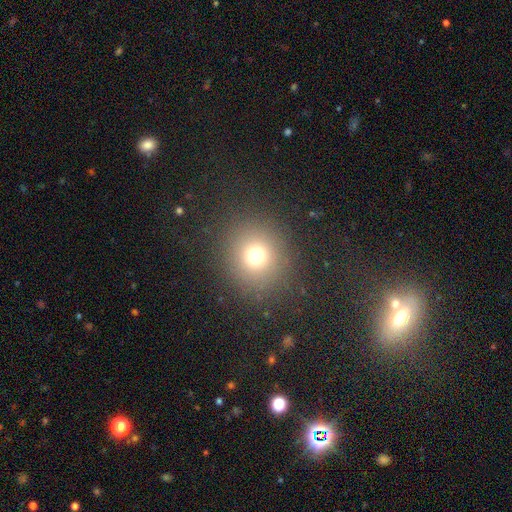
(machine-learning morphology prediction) A smooth galaxy with no disk features (70%) that is round (90%).

Vote fractions:
- Smooth or featured? smooth: 70% / star or artifact: 21% / featured or disk: 9%
- How rounded? round: 90% / in between: 9% / cigar-shaped: 1%
- Merging? none: 87% / minor disturbance: 7% / major disturbance: 5% / merger: 1%